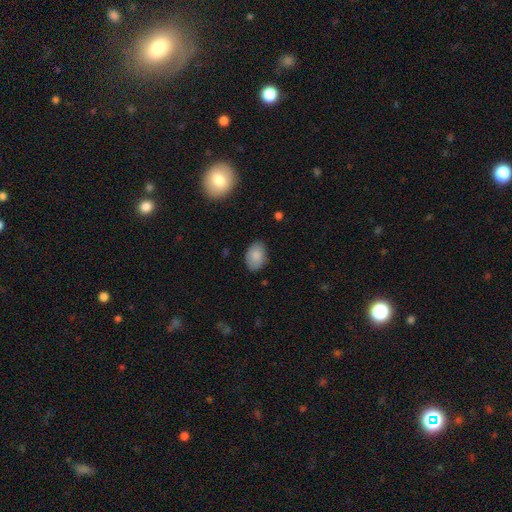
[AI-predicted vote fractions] smooth-or-featured: smooth: 86% | featured or disk: 7% | star or artifact: 7%
  how-rounded: in between: 86% | round: 13% | cigar-shaped: 1%
  merging: none: 79% | minor disturbance: 16% | major disturbance: 3% | merger: 1%